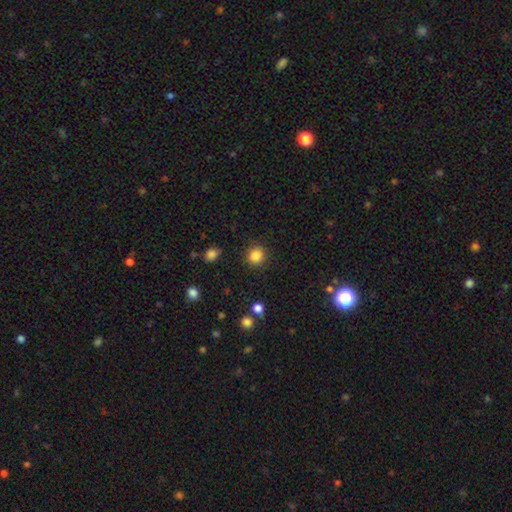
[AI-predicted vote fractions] smooth 85%, star or artifact 11%, featured or disk 4%. Down the decision tree: how rounded — round (89%); merging — none (89%).